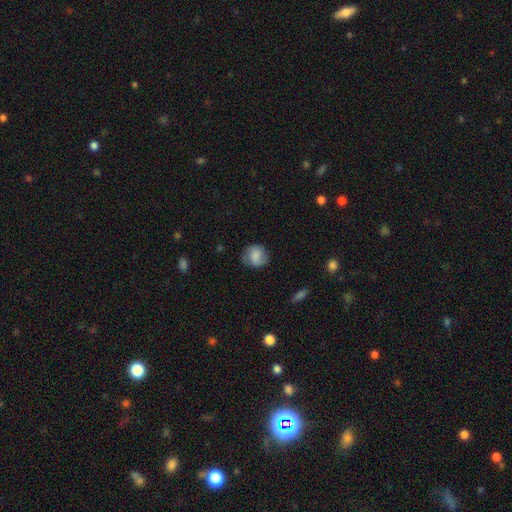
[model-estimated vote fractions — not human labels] Smooth or featured? Predicted: smooth (p=0.70). How rounded? Predicted: round (p=0.78). Merging? Predicted: none (p=0.73).